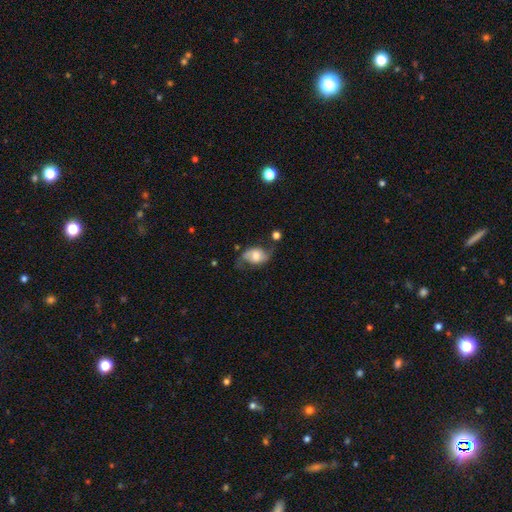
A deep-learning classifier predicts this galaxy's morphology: smooth-or-featured: featured or disk: 50% | smooth: 42% | star or artifact: 8%
  disk-edge-on: no: 94% | yes: 6%
  merging: none: 52% | minor disturbance: 26% | major disturbance: 16% | merger: 5%